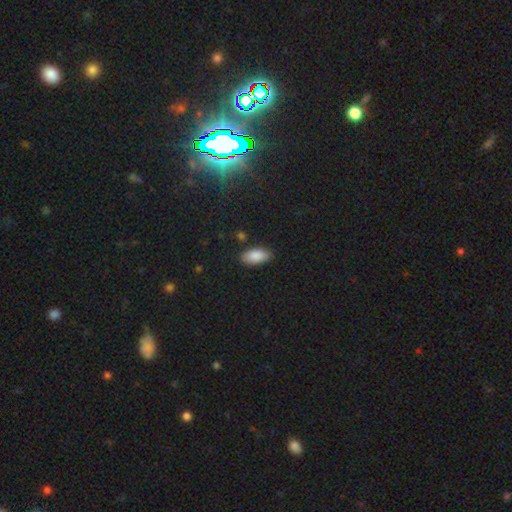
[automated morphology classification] This is clearly a smooth galaxy (88%). How rounded: clearly in between (92%). Merging: clearly none (84%).